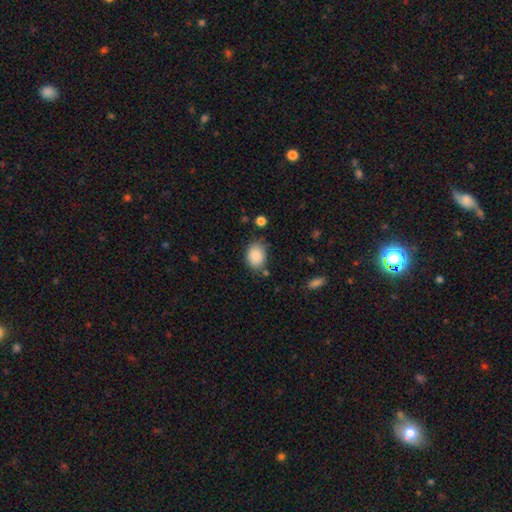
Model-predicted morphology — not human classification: Smooth or featured? Predicted: smooth (p=0.88). How rounded? Predicted: in between (p=0.66). Merging? Predicted: none (p=0.74).